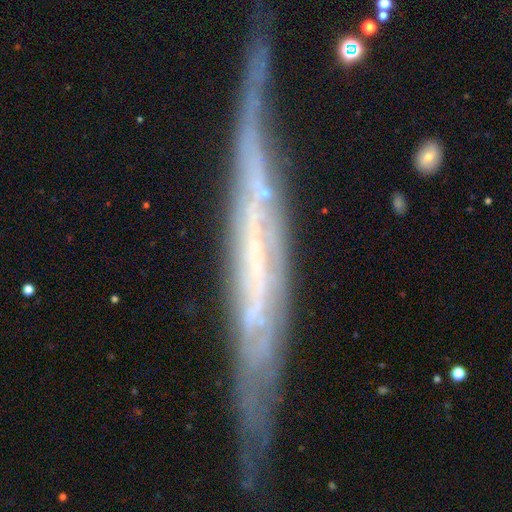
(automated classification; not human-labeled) This appears to be a featured or disk galaxy (78%) viewed edge-on (85%) with no central bulge (80%). Merging: none (73%).